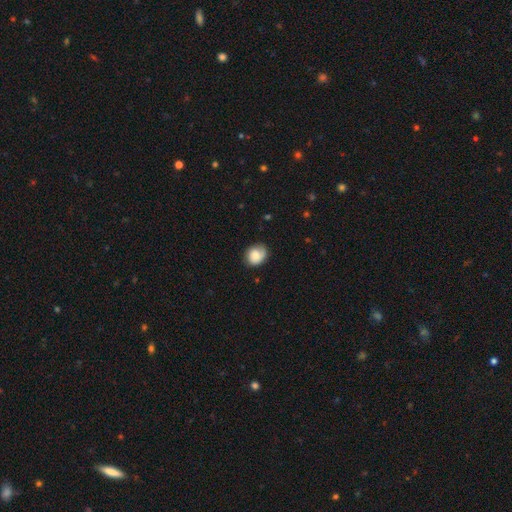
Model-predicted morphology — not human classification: smooth 73%, featured or disk 19%, star or artifact 8%. Down the decision tree: how rounded — round (59%); merging — none (69%).